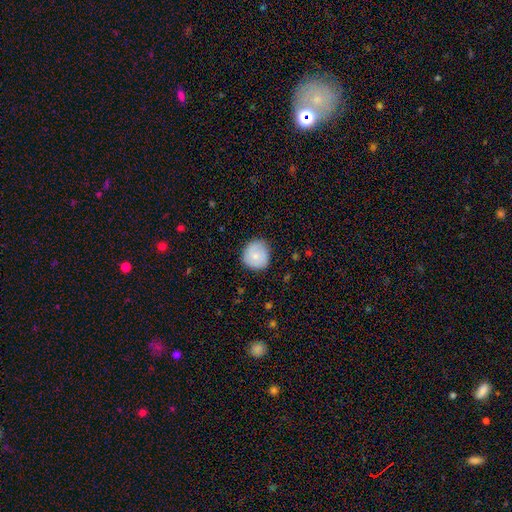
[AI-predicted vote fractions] Q: Smooth or featured?
A: smooth (78%); runner-up: featured or disk (15%)
Q: How rounded?
A: round (89%); runner-up: in between (10%)
Q: Merging?
A: none (78%); runner-up: minor disturbance (17%)